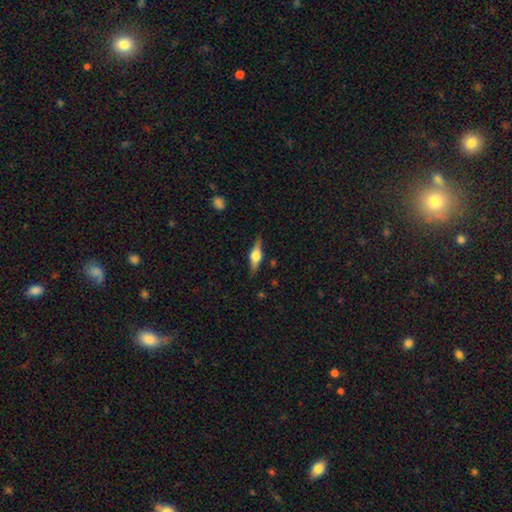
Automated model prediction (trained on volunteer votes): Q: Smooth or featured?
A: featured or disk (62%); runner-up: smooth (31%)
Q: Edge-on disk?
A: yes (96%); runner-up: no (4%)
Q: Edge-on bulge?
A: rounded (91%); runner-up: boxy (7%)
Q: Merging?
A: none (86%); runner-up: minor disturbance (10%)